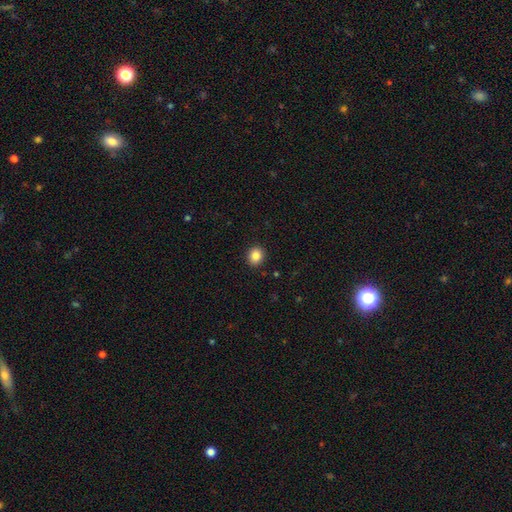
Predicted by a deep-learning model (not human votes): The model was most divided on "how rounded": round: 73%, in between: 26%, cigar-shaped: 1%. More confident: merging — none (92%); smooth or featured — smooth (85%).